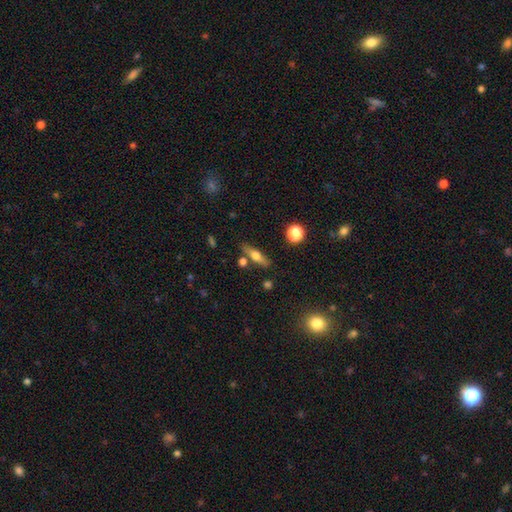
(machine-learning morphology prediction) Smooth or featured: smooth — 47% (featured or disk — 45%)
Merging: none — 78% (minor disturbance — 11%)